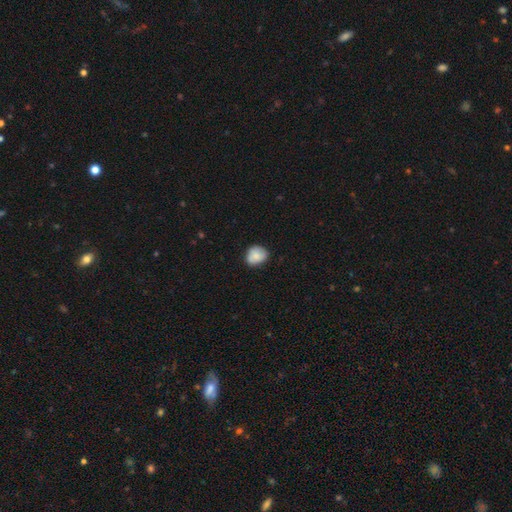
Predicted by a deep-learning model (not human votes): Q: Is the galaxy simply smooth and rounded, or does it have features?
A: smooth — 80%.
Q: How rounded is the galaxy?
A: round — 66%.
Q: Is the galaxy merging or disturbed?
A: none — 72%.